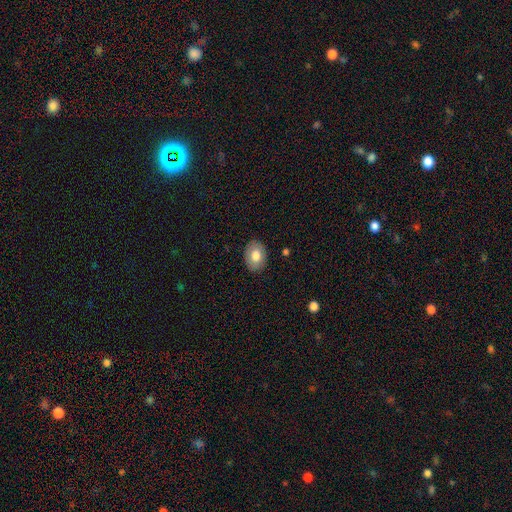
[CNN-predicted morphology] Smooth or featured? smooth (76%)
How rounded? in between (73%)
Merging? none (87%)